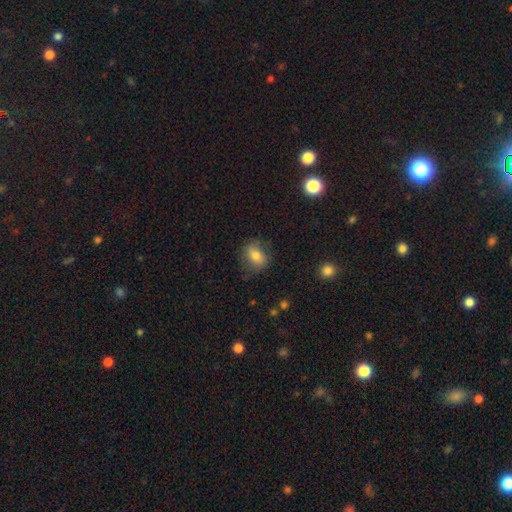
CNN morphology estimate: Smooth or featured?
  - smooth: 74% *
  - featured or disk: 17%
  - star or artifact: 8%
How rounded?
  - in between: 66% *
  - round: 32%
  - cigar-shaped: 2%
Merging?
  - none: 70% *
  - minor disturbance: 21%
  - major disturbance: 8%
  - merger: 1%